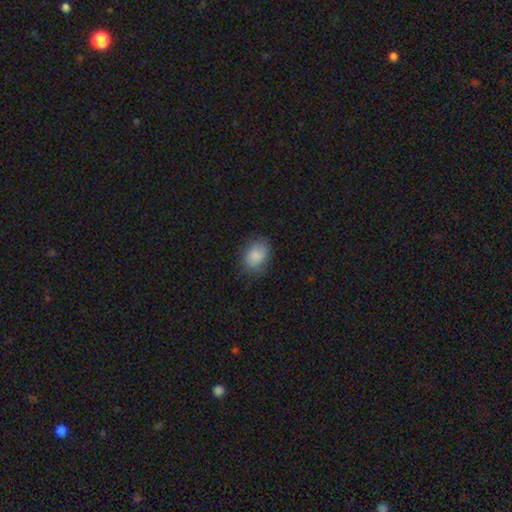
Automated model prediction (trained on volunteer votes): Smooth or featured? smooth (86%)
How rounded? in between (73%)
Merging? none (70%)